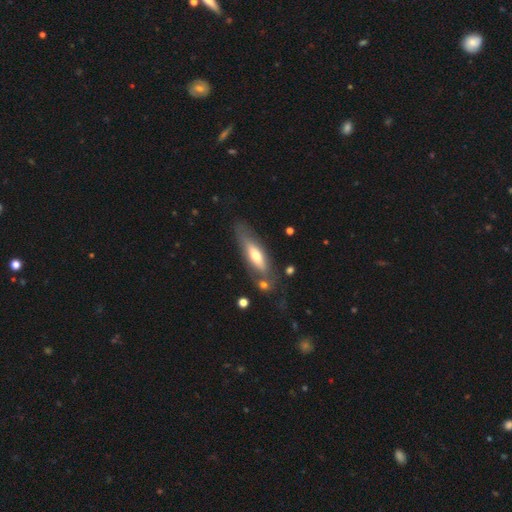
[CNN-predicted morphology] A smooth galaxy with no disk features (53%) that is cigar-shaped (55%). Merging: none (66%).